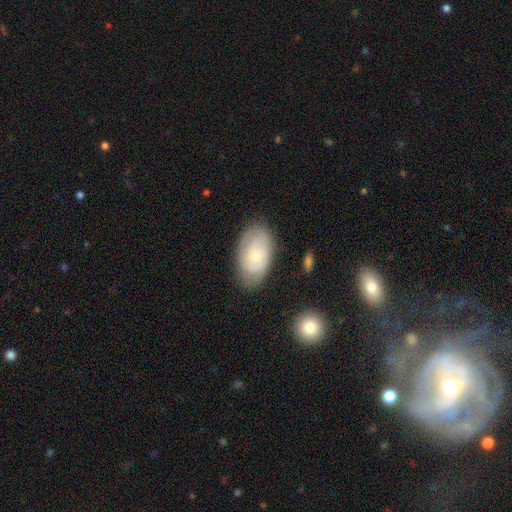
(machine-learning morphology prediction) smooth-or-featured: smooth: 50% | featured or disk: 43% | star or artifact: 7%
  how-rounded: in between: 92% | round: 7% | cigar-shaped: 2%
  merging: none: 77% | minor disturbance: 17% | major disturbance: 4% | merger: 2%